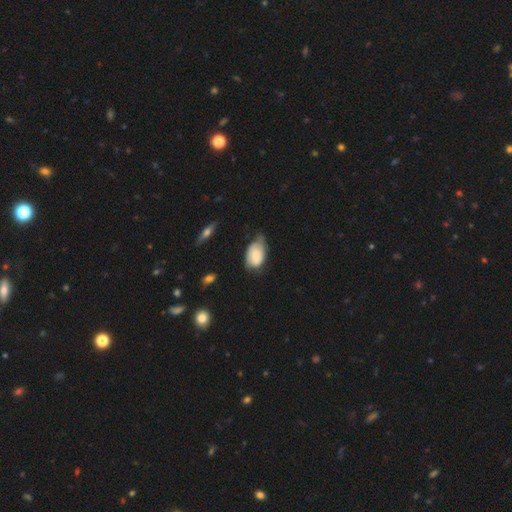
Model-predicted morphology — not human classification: smooth_or_featured: smooth (p=0.67) [alt: featured or disk p=0.26]
how_rounded: in between (p=0.89) [alt: round p=0.09]
merging: minor disturbance (p=0.47) [alt: none p=0.36]